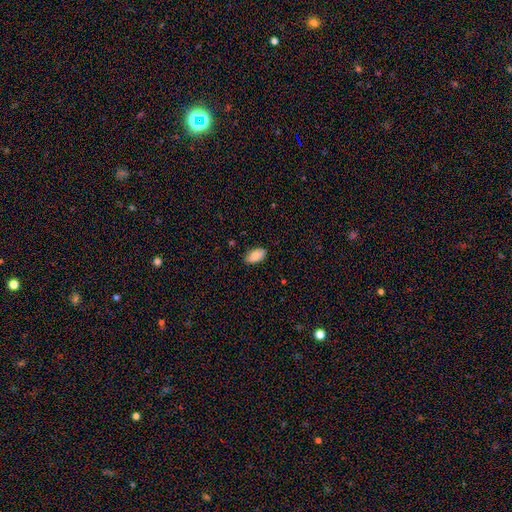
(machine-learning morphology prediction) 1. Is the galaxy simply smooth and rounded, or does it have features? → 84% smooth, 9% featured or disk, 7% star or artifact.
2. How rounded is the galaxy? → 94% in between, 4% round, 2% cigar-shaped.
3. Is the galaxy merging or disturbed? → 82% none, 15% minor disturbance, 2% major disturbance, 1% merger.